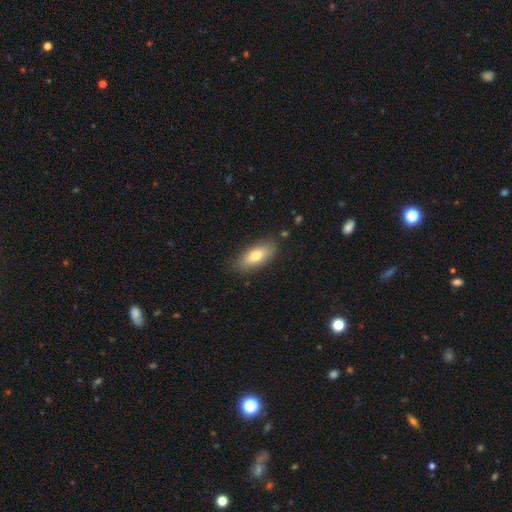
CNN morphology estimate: smooth 76%, featured or disk 18%, star or artifact 6%. Down the decision tree: how rounded — in between (82%); merging — none (82%).